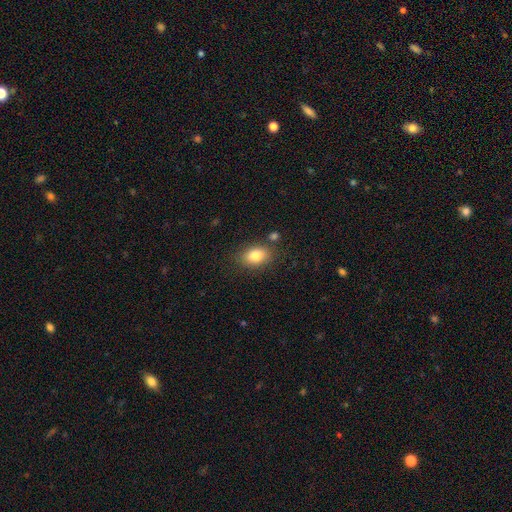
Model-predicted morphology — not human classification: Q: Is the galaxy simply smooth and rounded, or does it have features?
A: smooth — 81%.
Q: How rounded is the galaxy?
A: in between — 76%.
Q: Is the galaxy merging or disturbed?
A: none — 78%.